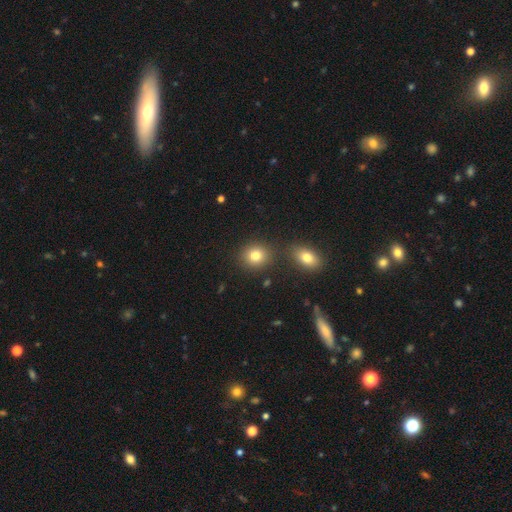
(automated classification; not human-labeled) The model was most divided on "how rounded": round: 78%, in between: 21%, cigar-shaped: 1%. More confident: smooth or featured — smooth (81%); merging — none (78%).